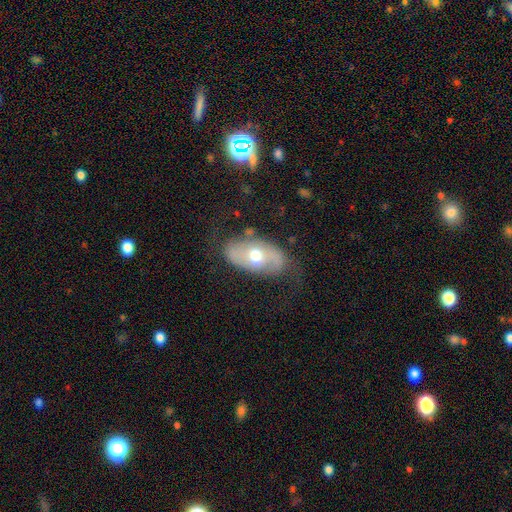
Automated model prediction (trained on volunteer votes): smooth_or_featured: featured or disk (p=0.53) [alt: smooth p=0.40]
disk_edge_on: no (p=0.90) [alt: yes p=0.10]
merging: none (p=0.63) [alt: minor disturbance p=0.22]